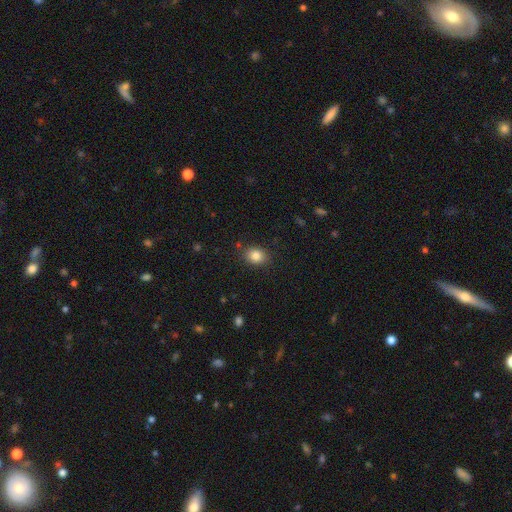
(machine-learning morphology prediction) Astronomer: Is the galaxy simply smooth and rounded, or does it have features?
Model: smooth — 85%.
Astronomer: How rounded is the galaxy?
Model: in between — 52% (runner-up: round, 47%).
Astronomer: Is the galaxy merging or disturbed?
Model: none — 85%.